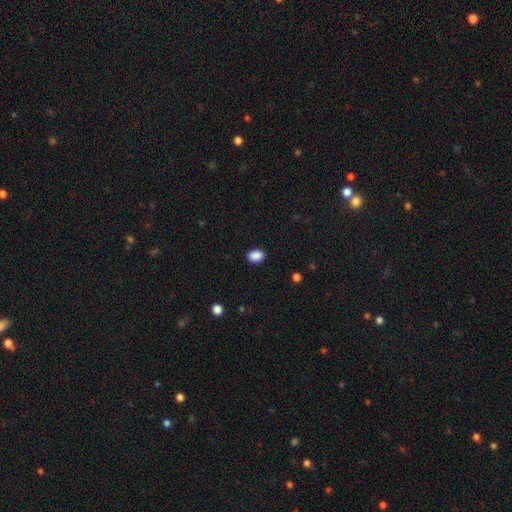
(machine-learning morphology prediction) smooth-or-featured: smooth: 89% | star or artifact: 9% | featured or disk: 2%
  how-rounded: in between: 74% | round: 24% | cigar-shaped: 1%
  merging: none: 88% | minor disturbance: 9% | major disturbance: 2% | merger: 1%